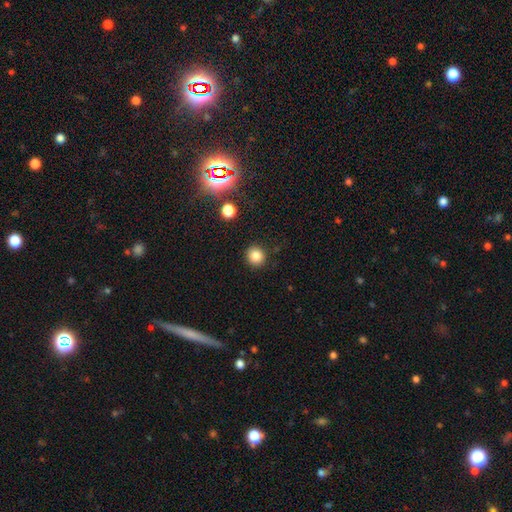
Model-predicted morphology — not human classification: A smooth galaxy with no disk features (84%) that is round (90%).

Vote fractions:
- Smooth or featured? smooth: 84% / star or artifact: 12% / featured or disk: 5%
- How rounded? round: 90% / in between: 9% / cigar-shaped: 1%
- Merging? none: 89% / minor disturbance: 7% / major disturbance: 2% / merger: 2%